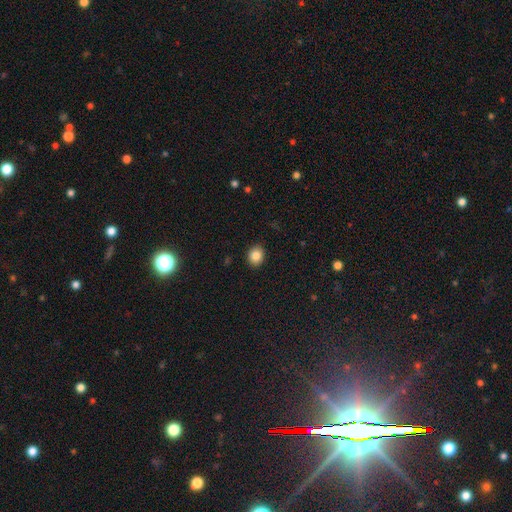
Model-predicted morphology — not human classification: smooth 84%, star or artifact 10%, featured or disk 6%. Down the decision tree: how rounded — round (61%); merging — none (91%).